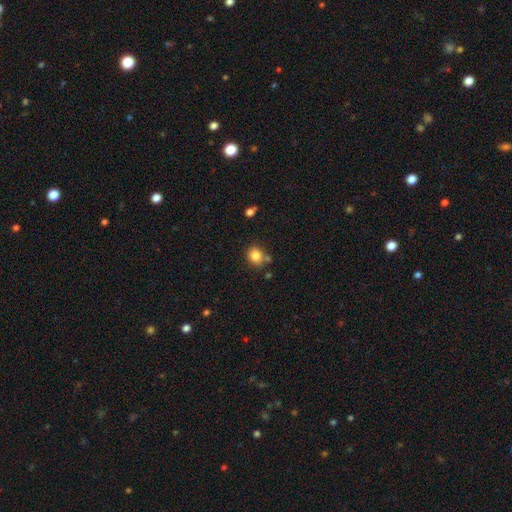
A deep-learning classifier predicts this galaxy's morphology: Smooth or featured?
  - smooth: 83% *
  - star or artifact: 11%
  - featured or disk: 6%
How rounded?
  - round: 65% *
  - in between: 34%
  - cigar-shaped: 1%
Merging?
  - none: 73% *
  - minor disturbance: 13%
  - merger: 11%
  - major disturbance: 3%